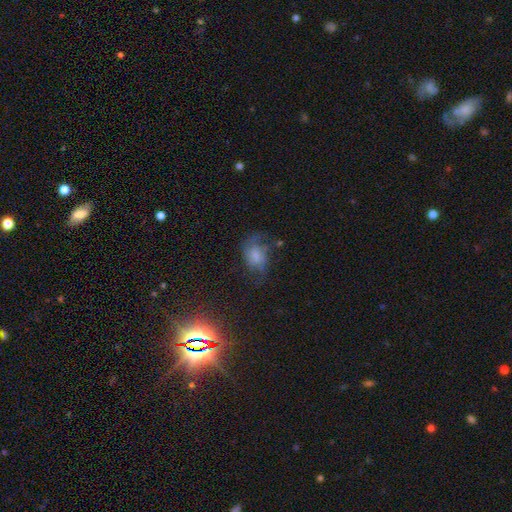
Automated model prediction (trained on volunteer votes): Overall: smooth (46%; featured or disk 41%). Merging: none (40%; major disturbance 31%).